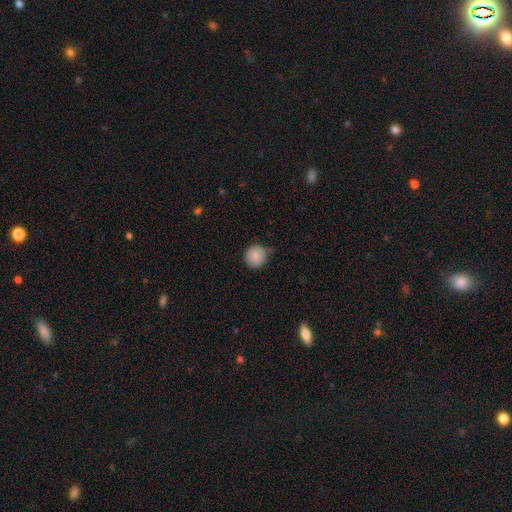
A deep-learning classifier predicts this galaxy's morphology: A smooth galaxy with no disk features (87%) that is round (93%).

Vote fractions:
- Smooth or featured? smooth: 87% / star or artifact: 8% / featured or disk: 5%
- How rounded? round: 93% / in between: 6% / cigar-shaped: 1%
- Merging? none: 73% / minor disturbance: 21% / major disturbance: 4% / merger: 3%